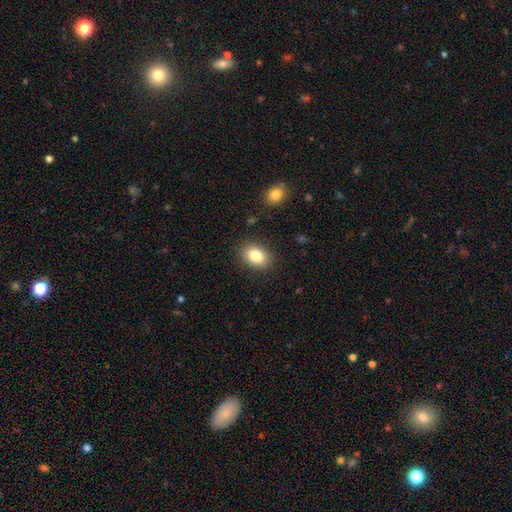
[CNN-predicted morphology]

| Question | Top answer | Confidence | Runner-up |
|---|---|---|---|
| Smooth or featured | smooth | 83% | featured or disk (8%) |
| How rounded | in between | 83% | round (16%) |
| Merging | none | 86% | minor disturbance (9%) |